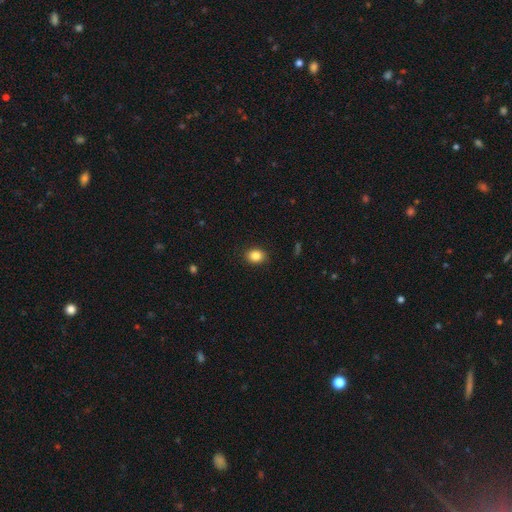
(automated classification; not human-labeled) smooth-or-featured: smooth: 85% | star or artifact: 10% | featured or disk: 5%
  how-rounded: round: 54% | in between: 45% | cigar-shaped: 1%
  merging: none: 89% | minor disturbance: 8% | major disturbance: 2% | merger: 1%